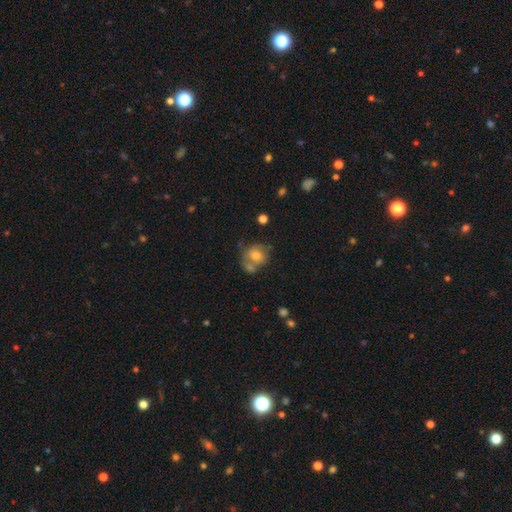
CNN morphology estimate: This appears to be a smooth galaxy with no disk features (66%) that is round (71%). Merging: none (42%).